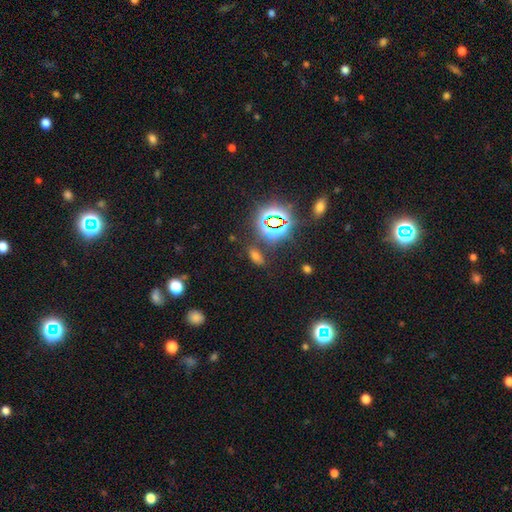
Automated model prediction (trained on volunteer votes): Q: Smooth or featured?
A: smooth (46%); runner-up: star or artifact (44%)
Q: Merging?
A: none (80%); runner-up: minor disturbance (11%)